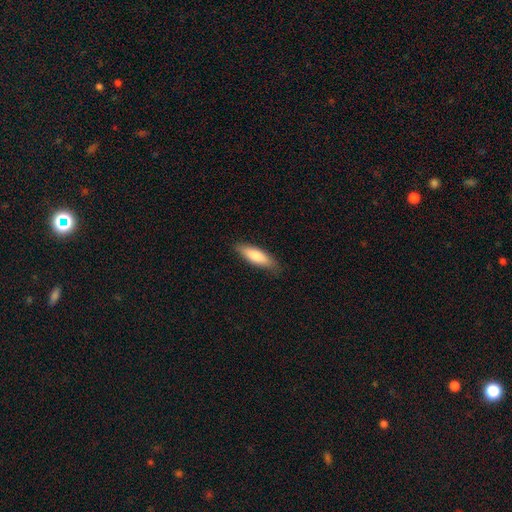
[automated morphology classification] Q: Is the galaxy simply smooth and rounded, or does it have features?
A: smooth — 80%.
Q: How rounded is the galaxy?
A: cigar-shaped — 50%.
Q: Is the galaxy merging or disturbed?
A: none — 83%.